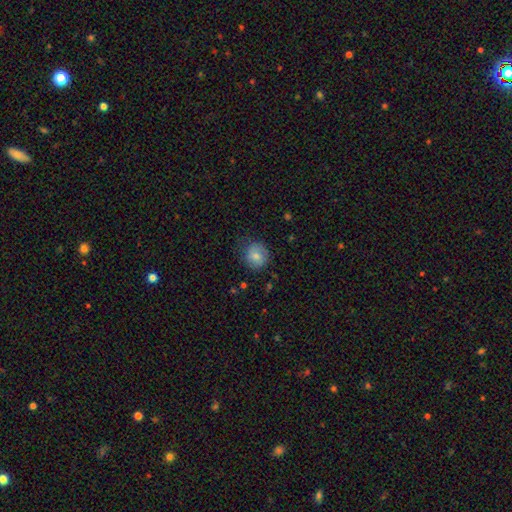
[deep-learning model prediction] Smooth or featured: smooth — 77% (featured or disk — 14%)
How rounded: round — 81% (in between — 18%)
Merging: none — 70% (minor disturbance — 22%)